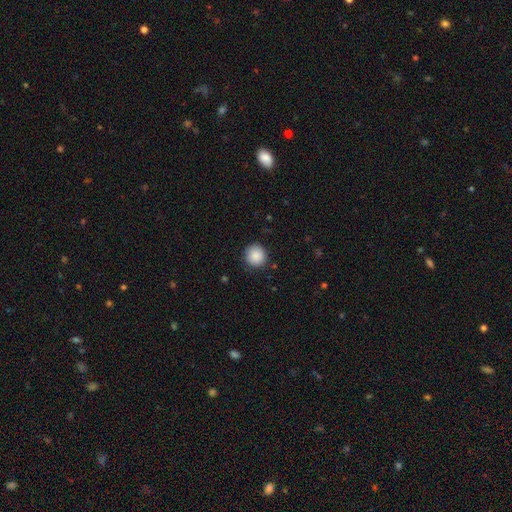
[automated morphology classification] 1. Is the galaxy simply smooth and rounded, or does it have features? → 89% smooth, 8% star or artifact, 3% featured or disk.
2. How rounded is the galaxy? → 94% round, 5% in between, 1% cigar-shaped.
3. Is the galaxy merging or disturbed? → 88% none, 9% minor disturbance, 2% major disturbance, 1% merger.